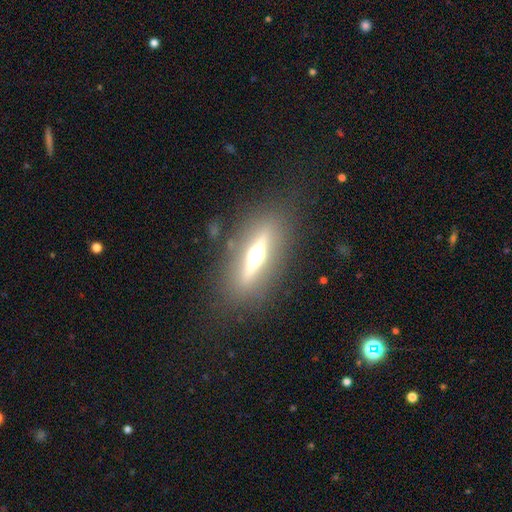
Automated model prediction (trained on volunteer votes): Morphology: type=featured or disk (66%); edge-on=yes (86%); edge-on bulge=rounded (95%); merging=none (85%).